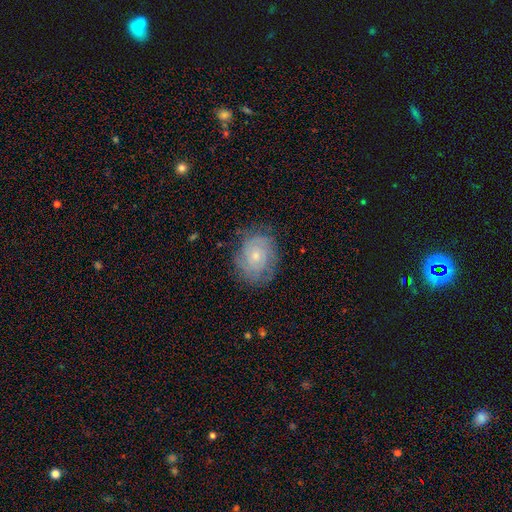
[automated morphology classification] type=featured or disk (64%); edge-on=no (97%); bar=no (82%); spiral arms=yes (85%); winding=tight (70%); arm count=can't tell (49%); bulge=small (68%); merging=none (74%).